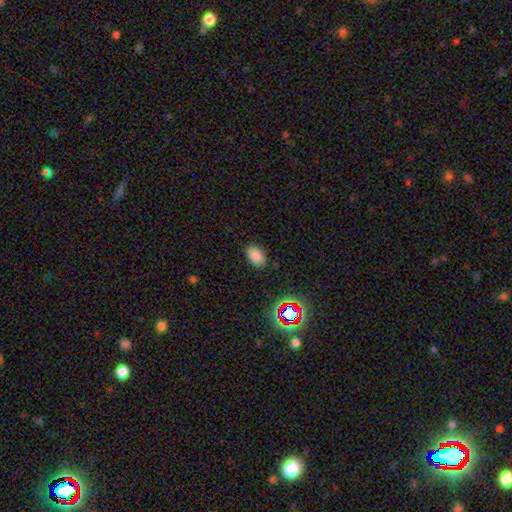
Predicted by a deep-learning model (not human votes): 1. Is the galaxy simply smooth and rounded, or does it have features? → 81% smooth, 14% star or artifact, 6% featured or disk.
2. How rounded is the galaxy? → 84% in between, 15% round, 1% cigar-shaped.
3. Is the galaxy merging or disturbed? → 85% none, 11% minor disturbance, 3% major disturbance, 1% merger.